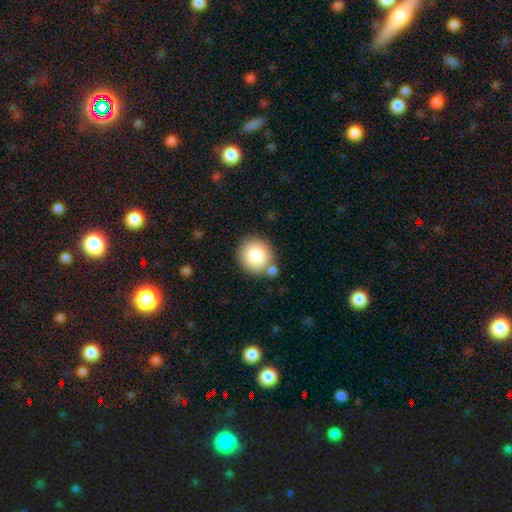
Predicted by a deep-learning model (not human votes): This is clearly a smooth galaxy (86%). How rounded: clearly round (89%). Merging: likely none (75%).